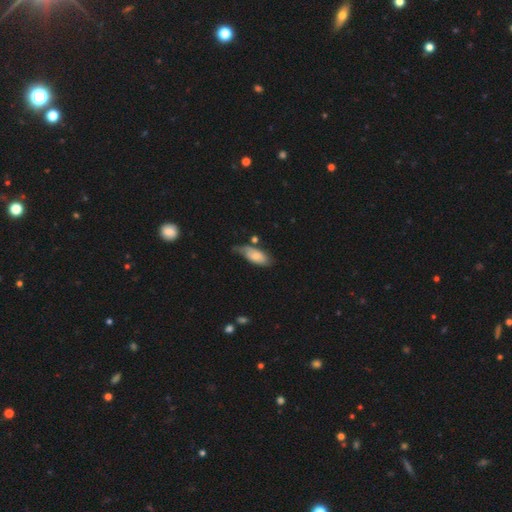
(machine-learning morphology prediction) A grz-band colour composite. It shows a smooth galaxy with no disk features (67%) that is in between round and cigar-shaped (87%). Merging: none (42%).